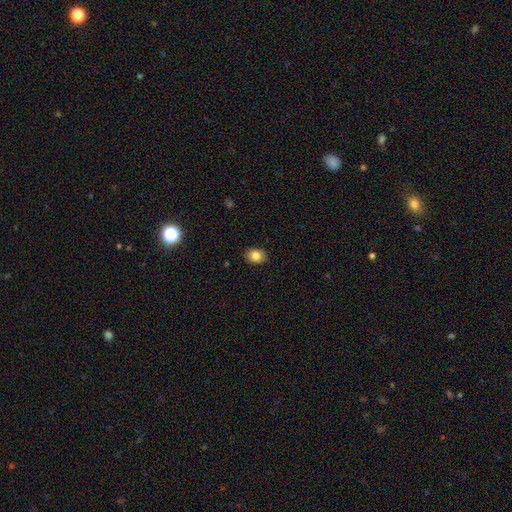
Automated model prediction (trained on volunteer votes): This appears to be a smooth galaxy with no disk features (85%) that is in between round and cigar-shaped (58%). Merging: none (88%).